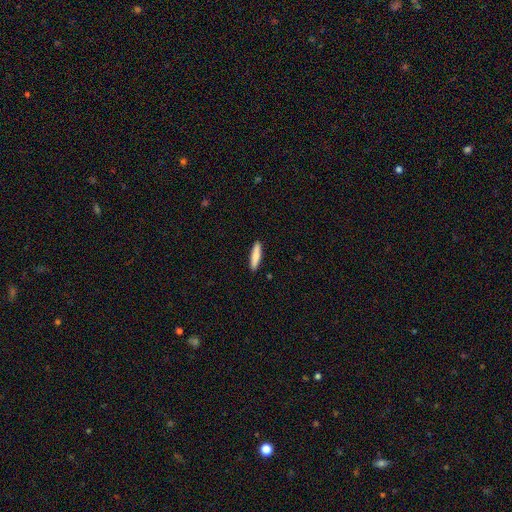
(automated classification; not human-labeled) Smooth or featured? smooth (81%)
How rounded? cigar-shaped (82%)
Merging? none (91%)